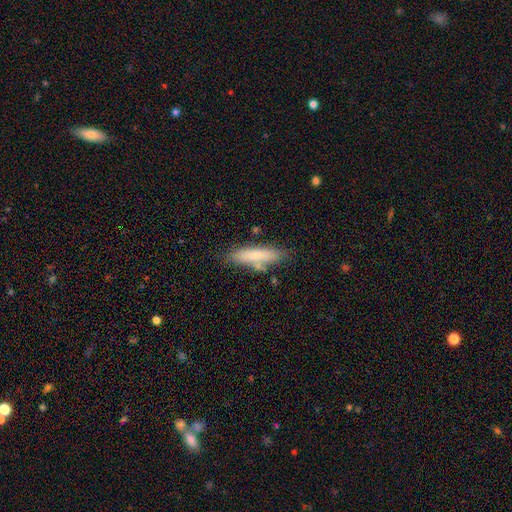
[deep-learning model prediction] Overall: smooth (72%). How rounded: cigar-shaped (73%). Merging: none (72%).